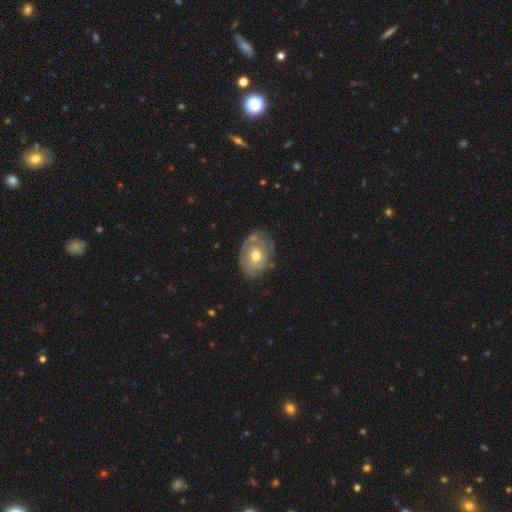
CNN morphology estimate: smooth_or_featured: featured or disk (p=0.55) [alt: smooth p=0.38]
disk_edge_on: no (p=0.94) [alt: yes p=0.06]
bar: no (p=0.87) [alt: weak p=0.11]
has_spiral_arms: no (p=0.56) [alt: yes p=0.44]
bulge_size: moderate (p=0.70) [alt: small p=0.22]
merging: none (p=0.67) [alt: minor disturbance p=0.24]